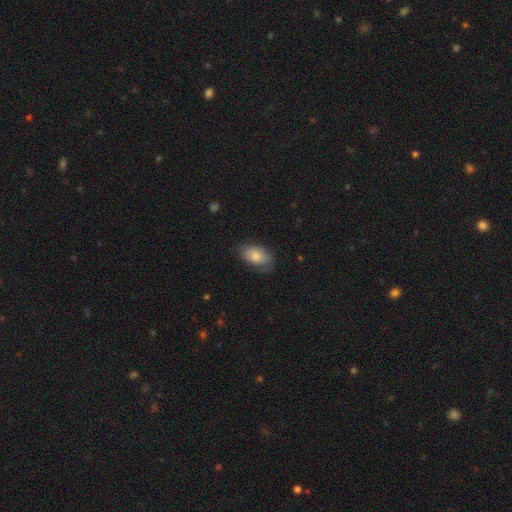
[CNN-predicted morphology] smooth 79%, featured or disk 14%, star or artifact 7%. Down the decision tree: how rounded — in between (92%); merging — none (70%).